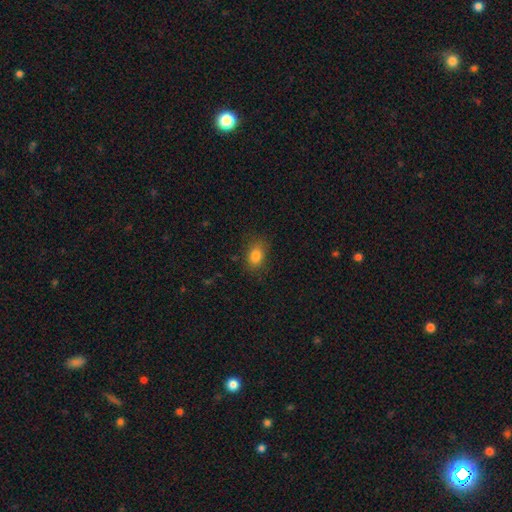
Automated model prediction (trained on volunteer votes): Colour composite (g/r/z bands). It shows a smooth galaxy with no disk features (82%) that is in between round and cigar-shaped (78%). Merging: none (81%).